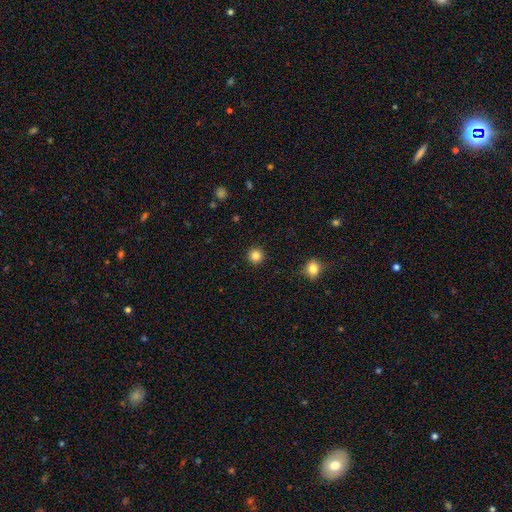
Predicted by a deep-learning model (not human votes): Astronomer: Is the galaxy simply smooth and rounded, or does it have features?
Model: smooth — 84%.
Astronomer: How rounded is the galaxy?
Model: round — 95%.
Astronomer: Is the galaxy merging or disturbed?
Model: none — 92%.